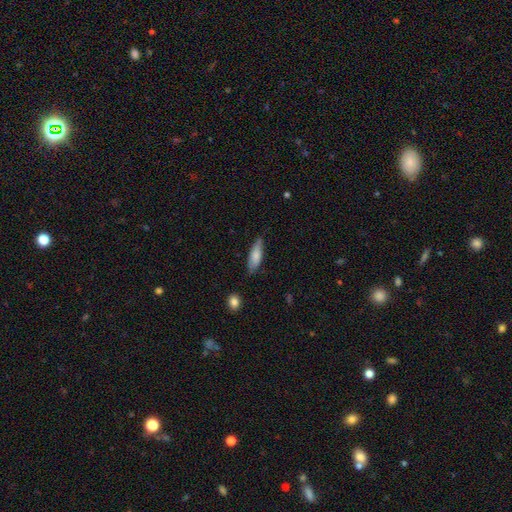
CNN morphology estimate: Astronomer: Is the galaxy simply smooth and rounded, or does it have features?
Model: smooth — 75%.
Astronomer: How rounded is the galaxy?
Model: cigar-shaped — 52% (runner-up: in between, 46%).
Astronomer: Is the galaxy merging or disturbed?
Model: none — 75%.